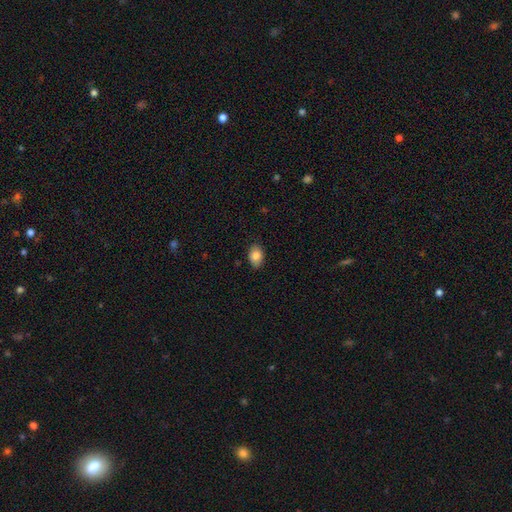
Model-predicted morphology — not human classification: This is clearly a smooth galaxy (85%). How rounded: clearly in between (84%). Merging: clearly none (86%).